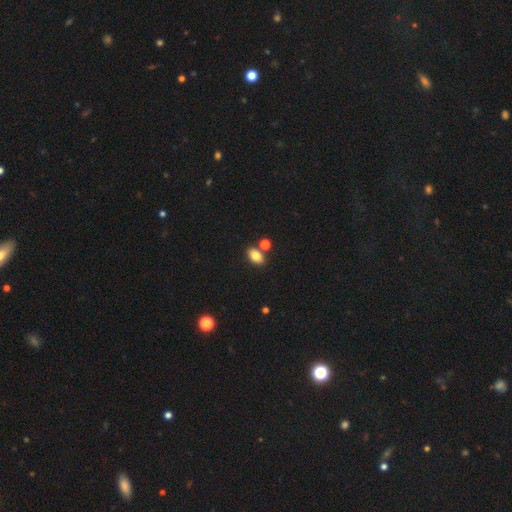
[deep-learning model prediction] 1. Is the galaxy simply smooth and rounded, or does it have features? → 81% smooth, 10% star or artifact, 9% featured or disk.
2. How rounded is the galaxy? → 83% in between, 15% round, 2% cigar-shaped.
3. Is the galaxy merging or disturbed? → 70% none, 16% merger, 11% minor disturbance, 3% major disturbance.